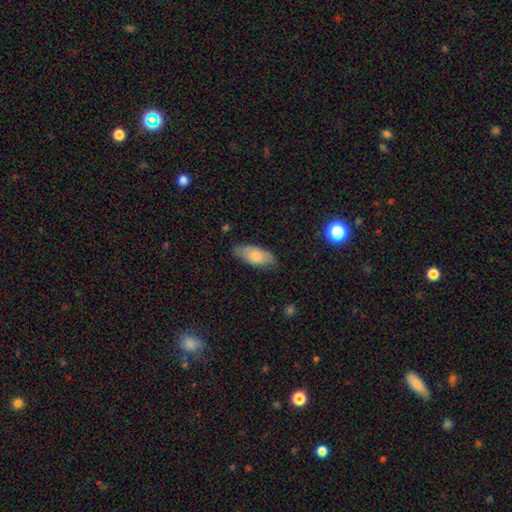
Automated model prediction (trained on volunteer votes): Smooth or featured? smooth (75%)
How rounded? in between (87%)
Merging? none (73%)